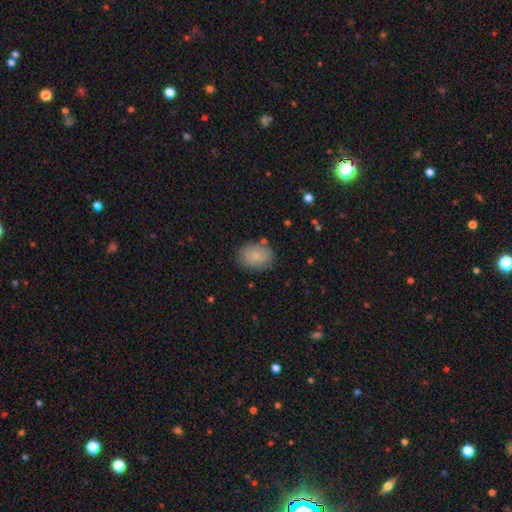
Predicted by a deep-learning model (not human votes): This is clearly a smooth galaxy (81%). How rounded: likely in between (68%). Merging: clearly none (81%).